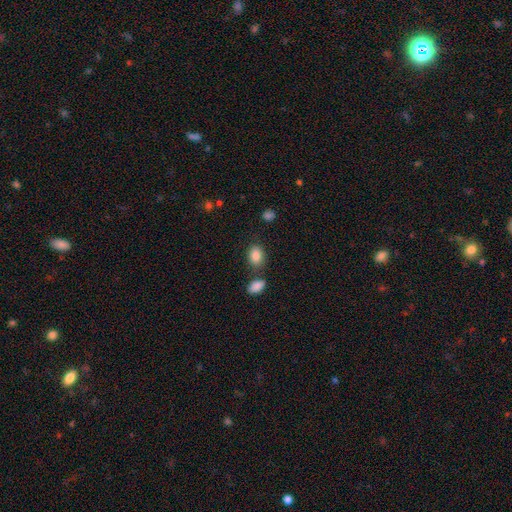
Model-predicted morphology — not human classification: Q: Smooth or featured?
A: smooth (86%); runner-up: star or artifact (8%)
Q: How rounded?
A: in between (76%); runner-up: round (23%)
Q: Merging?
A: none (70%); runner-up: merger (13%)